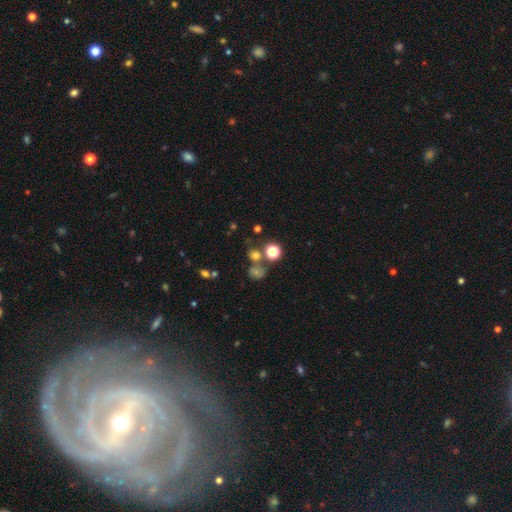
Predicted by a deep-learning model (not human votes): Smooth or featured: smooth — 65% (star or artifact — 26%)
How rounded: round — 80% (in between — 19%)
Merging: none — 60% (merger — 24%)